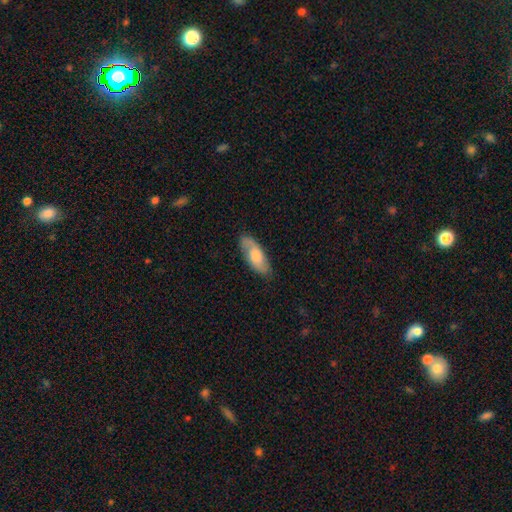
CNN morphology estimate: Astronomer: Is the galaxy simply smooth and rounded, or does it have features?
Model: smooth — 55% (runner-up: featured or disk, 39%).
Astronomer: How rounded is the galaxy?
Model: in between — 76%.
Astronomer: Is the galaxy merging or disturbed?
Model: none — 79%.